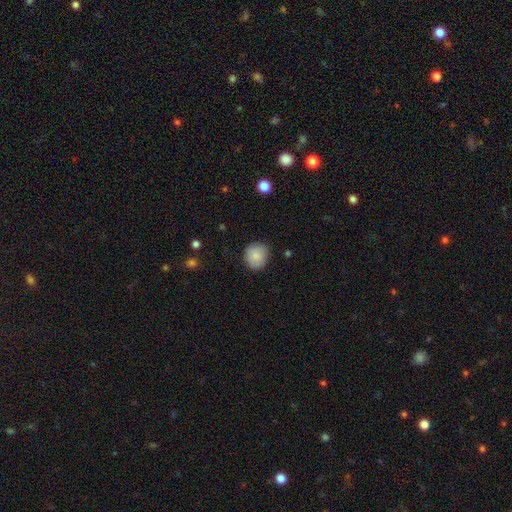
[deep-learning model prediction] Smooth or featured: smooth — 84% (featured or disk — 8%)
How rounded: round — 81% (in between — 18%)
Merging: none — 81% (minor disturbance — 15%)